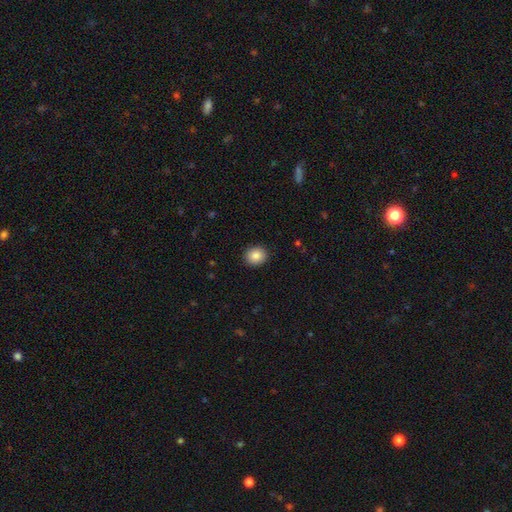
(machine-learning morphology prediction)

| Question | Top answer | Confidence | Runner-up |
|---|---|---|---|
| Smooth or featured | smooth | 86% | star or artifact (9%) |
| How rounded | round | 73% | in between (26%) |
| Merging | none | 91% | minor disturbance (6%) |